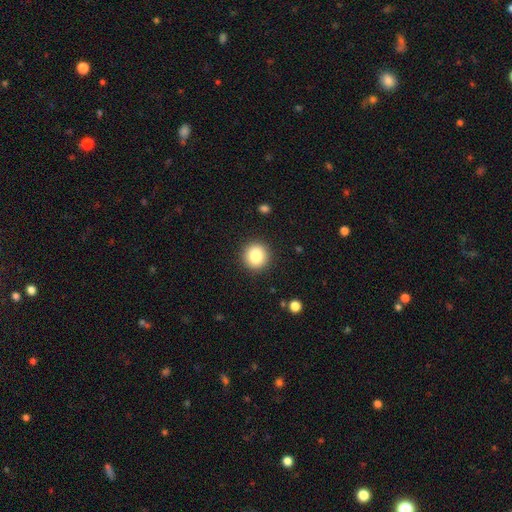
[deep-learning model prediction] This is clearly a smooth galaxy (84%). How rounded: clearly round (94%). Merging: clearly none (92%).